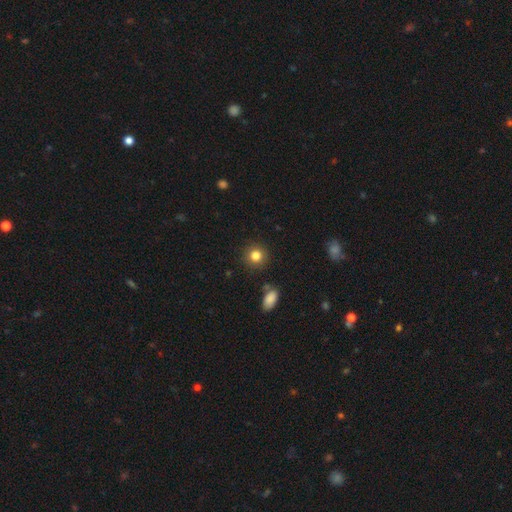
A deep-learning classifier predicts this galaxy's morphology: Overall: smooth (83%). How rounded: round (89%). Merging: none (87%).